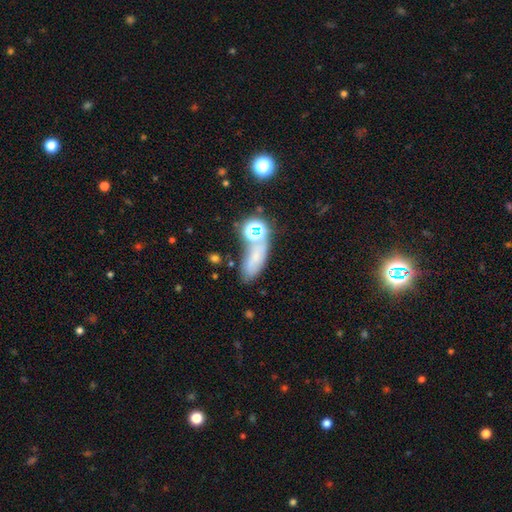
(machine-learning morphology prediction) smooth 55%, star or artifact 26%, featured or disk 19%. Down the decision tree: how rounded — in between (66%); merging — none (53%).